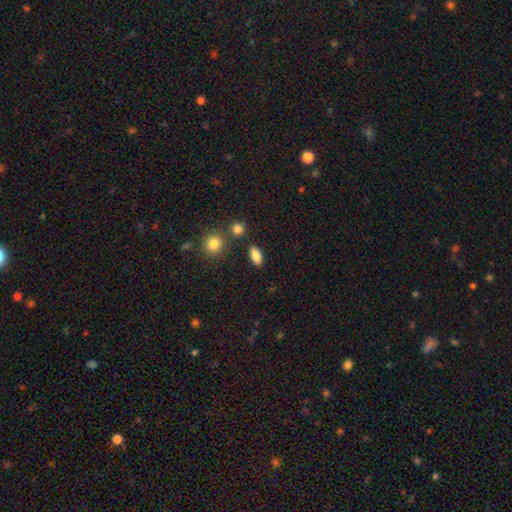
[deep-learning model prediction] Smooth or featured?
  - smooth: 86% *
  - star or artifact: 8%
  - featured or disk: 6%
How rounded?
  - in between: 85% *
  - cigar-shaped: 8%
  - round: 7%
Merging?
  - none: 85% *
  - minor disturbance: 8%
  - merger: 4%
  - major disturbance: 3%